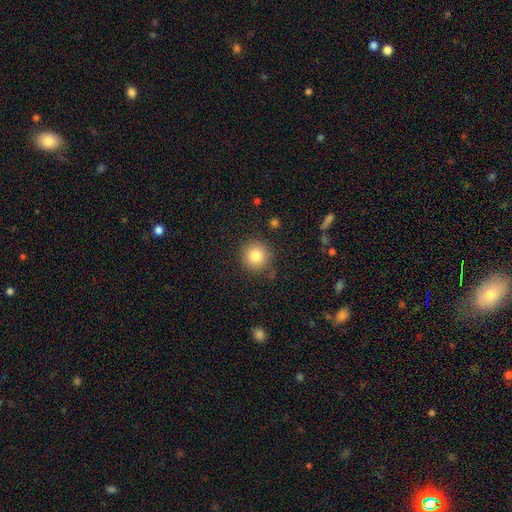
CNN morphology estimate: Smooth or featured?
  - smooth: 83% *
  - star or artifact: 10%
  - featured or disk: 7%
How rounded?
  - round: 93% *
  - in between: 6%
  - cigar-shaped: 1%
Merging?
  - none: 83% *
  - minor disturbance: 11%
  - major disturbance: 3%
  - merger: 2%